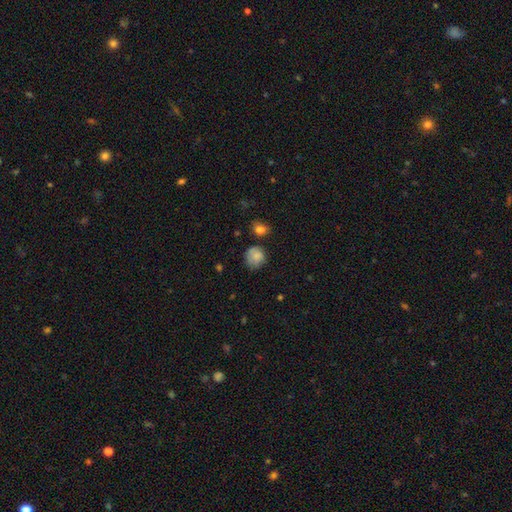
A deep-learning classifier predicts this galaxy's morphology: The model was most divided on "merging": none: 61%, minor disturbance: 27%, major disturbance: 8%, merger: 4%. More confident: how rounded — round (81%); smooth or featured — smooth (79%).